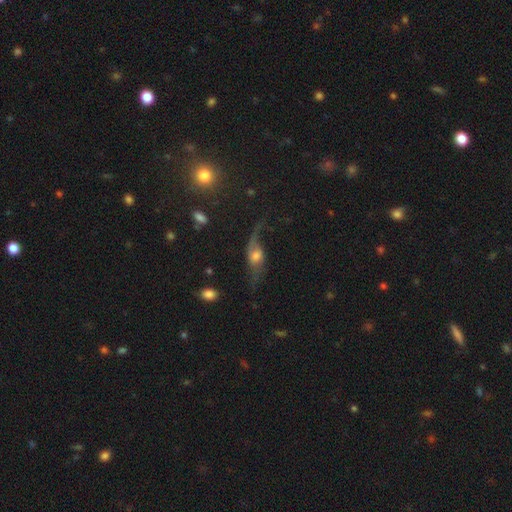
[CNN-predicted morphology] Overall: featured or disk (65%; smooth 26%). Edge-on disk: no (77%). Merging: none (42%; major disturbance 32%).